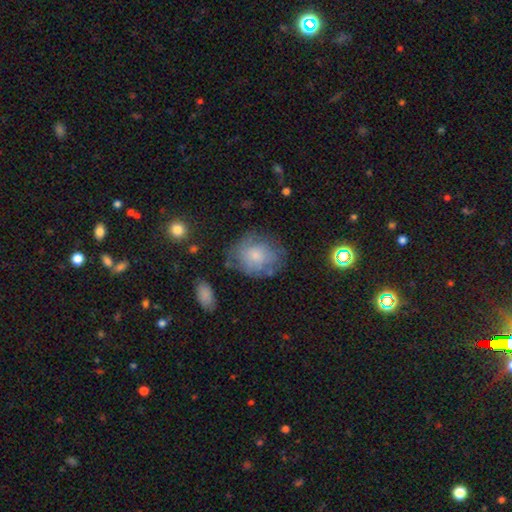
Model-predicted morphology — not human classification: Smooth or featured: smooth — 60% (featured or disk — 30%)
How rounded: round — 61% (in between — 38%)
Merging: none — 61% (minor disturbance — 24%)